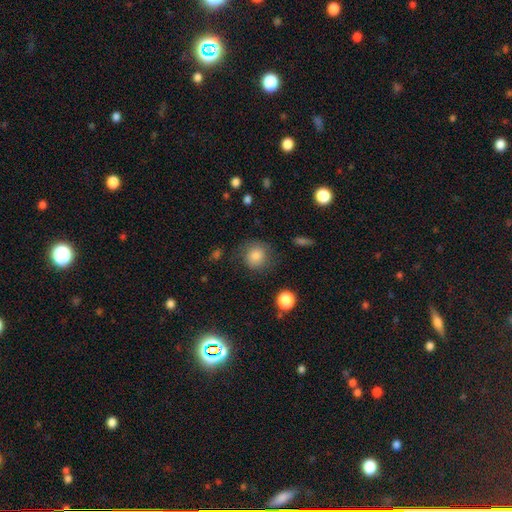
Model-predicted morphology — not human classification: Smooth or featured? smooth (79%)
How rounded? round (88%)
Merging? none (74%)